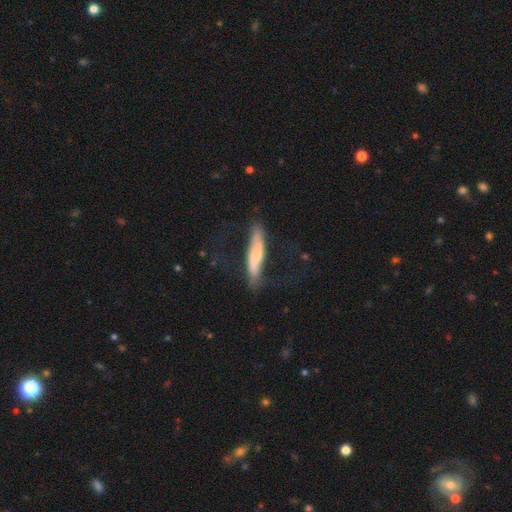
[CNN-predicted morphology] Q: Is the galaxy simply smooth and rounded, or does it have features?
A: smooth — 48%.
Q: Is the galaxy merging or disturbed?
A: none — 60%.